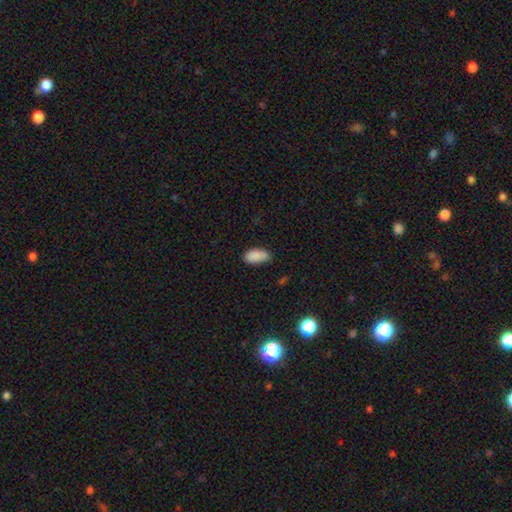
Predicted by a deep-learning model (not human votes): smooth_or_featured: smooth (p=0.87) [alt: star or artifact p=0.08]
how_rounded: in between (p=0.93) [alt: cigar-shaped p=0.04]
merging: none (p=0.68) [alt: minor disturbance p=0.25]